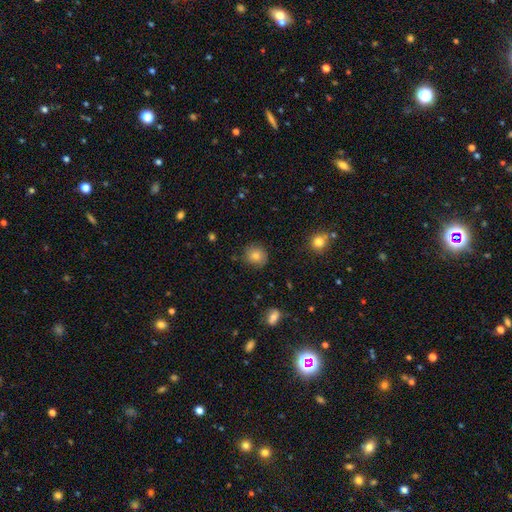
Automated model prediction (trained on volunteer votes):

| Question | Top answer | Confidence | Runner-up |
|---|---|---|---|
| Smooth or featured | smooth | 77% | star or artifact (12%) |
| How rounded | round | 86% | in between (13%) |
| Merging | none | 84% | minor disturbance (12%) |